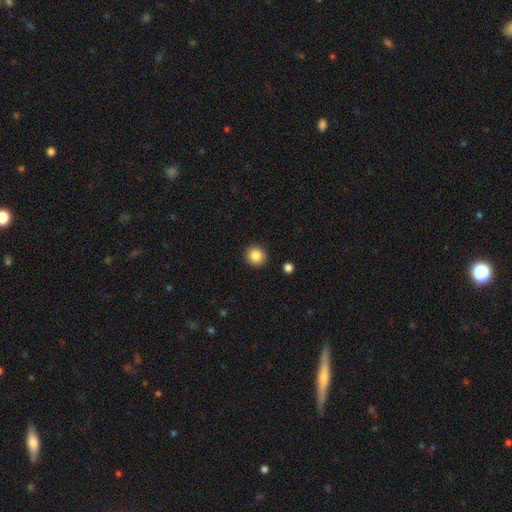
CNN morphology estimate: This is clearly a smooth galaxy (87%). How rounded: clearly round (92%). Merging: clearly none (91%).